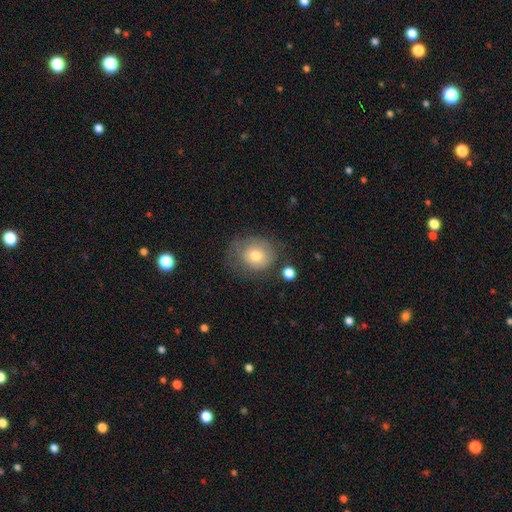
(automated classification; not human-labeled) smooth 67%, featured or disk 23%, star or artifact 10%. Down the decision tree: how rounded — round (72%); merging — none (61%).